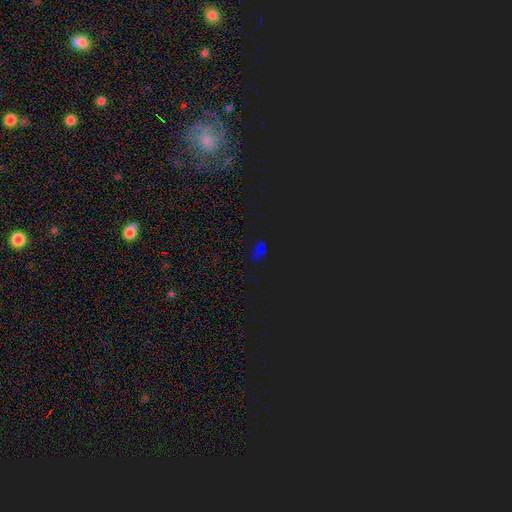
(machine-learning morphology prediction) smooth_or_featured: star or artifact (p=0.61) [alt: smooth p=0.31]